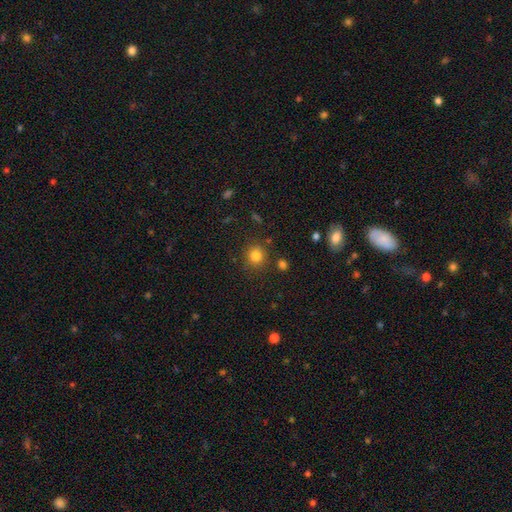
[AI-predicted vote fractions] Smooth or featured? smooth (81%)
How rounded? round (89%)
Merging? none (84%)